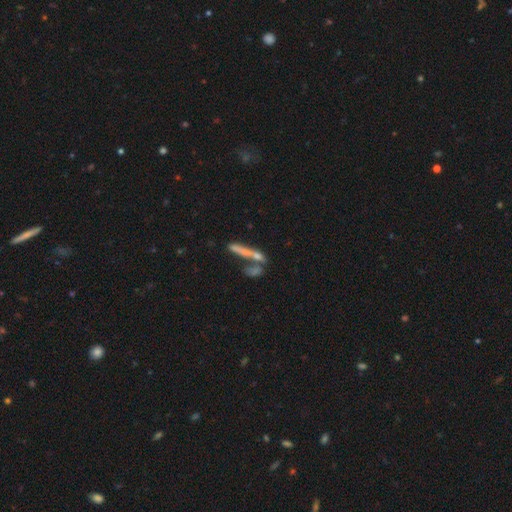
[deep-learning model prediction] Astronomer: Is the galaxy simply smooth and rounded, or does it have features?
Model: smooth — 50% (runner-up: featured or disk, 36%).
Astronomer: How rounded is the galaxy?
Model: cigar-shaped — 79%.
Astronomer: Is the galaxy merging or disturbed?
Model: none — 43% (runner-up: merger, 40%).